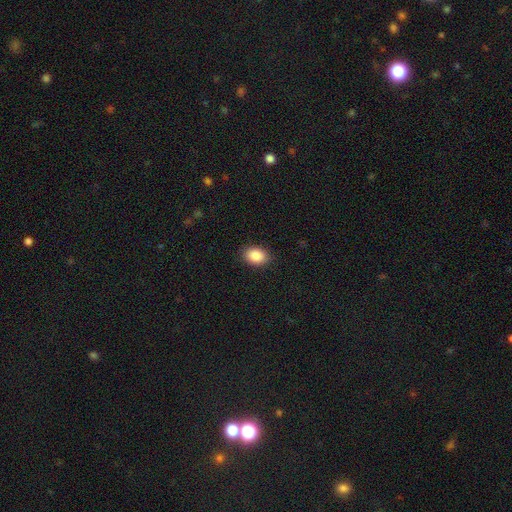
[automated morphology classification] smooth_or_featured: smooth (p=0.89) [alt: star or artifact p=0.08]
how_rounded: in between (p=0.78) [alt: round p=0.21]
merging: none (p=0.89) [alt: minor disturbance p=0.08]